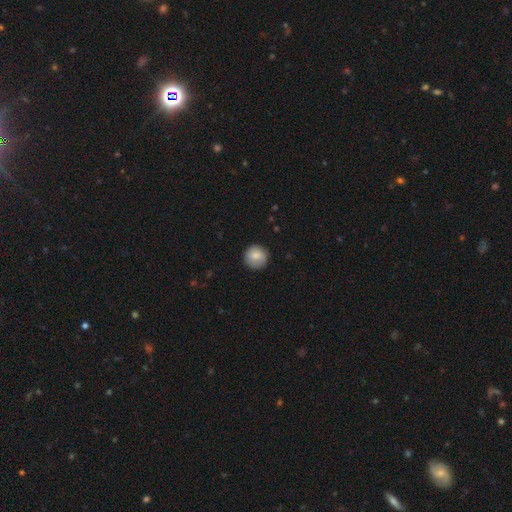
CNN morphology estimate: The model was most divided on "smooth or featured": smooth: 83%, featured or disk: 9%, star or artifact: 7%. More confident: how rounded — round (94%); merging — none (87%).